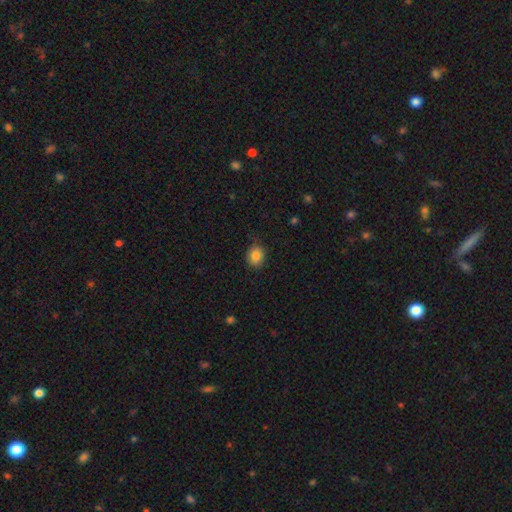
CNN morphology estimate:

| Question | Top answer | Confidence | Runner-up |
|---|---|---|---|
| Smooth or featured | smooth | 84% | star or artifact (9%) |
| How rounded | round | 64% | in between (35%) |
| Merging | none | 80% | minor disturbance (16%) |